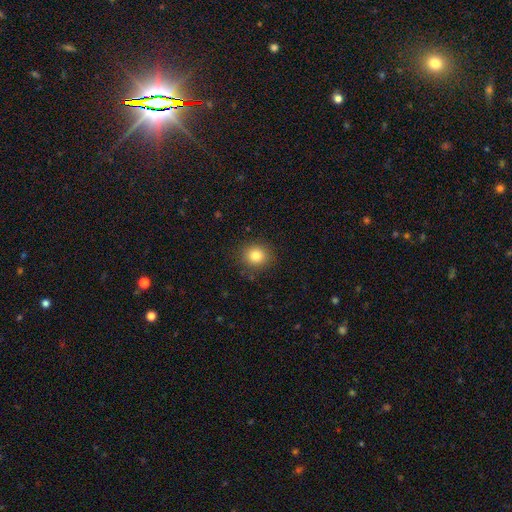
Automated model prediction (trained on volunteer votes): Smooth or featured? Predicted: smooth (p=0.82). How rounded? Predicted: round (p=0.83). Merging? Predicted: none (p=0.88).